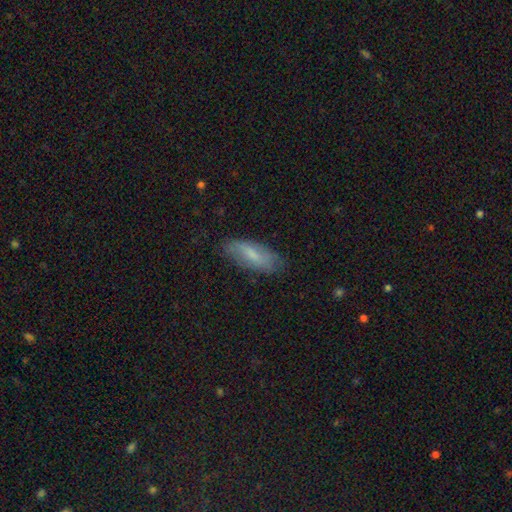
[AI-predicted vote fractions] Smooth or featured: smooth — 51% (featured or disk — 34%)
How rounded: in between — 60% (cigar-shaped — 37%)
Merging: none — 82% (minor disturbance — 14%)